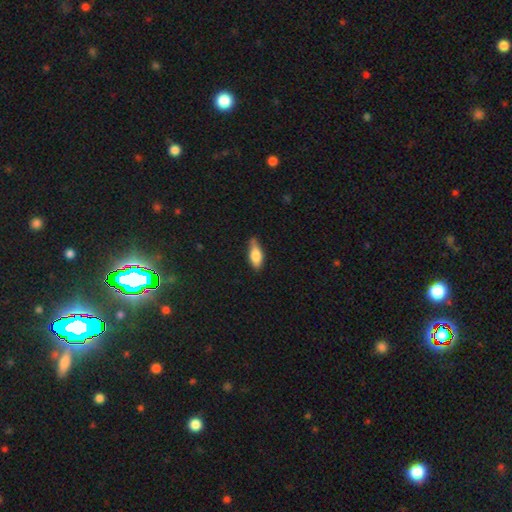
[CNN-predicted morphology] smooth_or_featured: smooth (p=0.71) [alt: featured or disk p=0.22]
how_rounded: in between (p=0.74) [alt: cigar-shaped p=0.23]
merging: none (p=0.67) [alt: minor disturbance p=0.27]